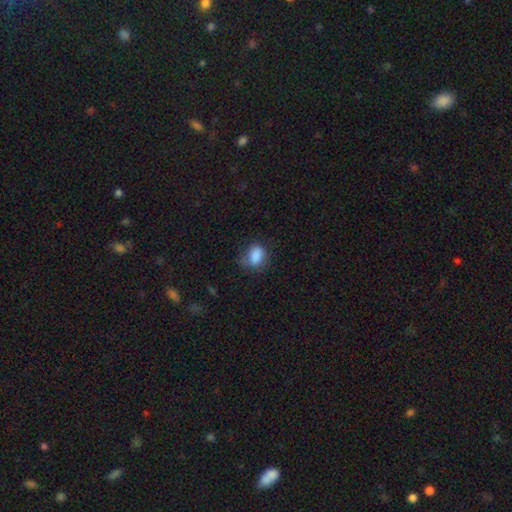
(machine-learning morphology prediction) Smooth or featured?
  - smooth: 84% *
  - star or artifact: 9%
  - featured or disk: 7%
How rounded?
  - in between: 68% *
  - round: 30%
  - cigar-shaped: 2%
Merging?
  - none: 56% *
  - minor disturbance: 30%
  - major disturbance: 13%
  - merger: 2%